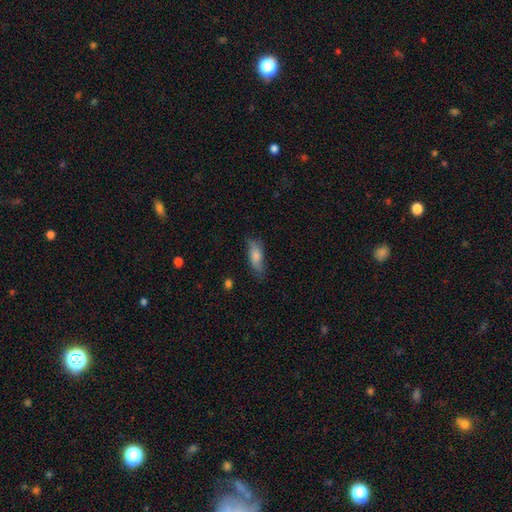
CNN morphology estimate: A smooth galaxy with no disk features (77%) that is in between round and cigar-shaped (65%).

Vote fractions:
- Smooth or featured? smooth: 77% / featured or disk: 16% / star or artifact: 7%
- How rounded? in between: 65% / cigar-shaped: 32% / round: 3%
- Merging? none: 68% / minor disturbance: 24% / major disturbance: 6% / merger: 2%